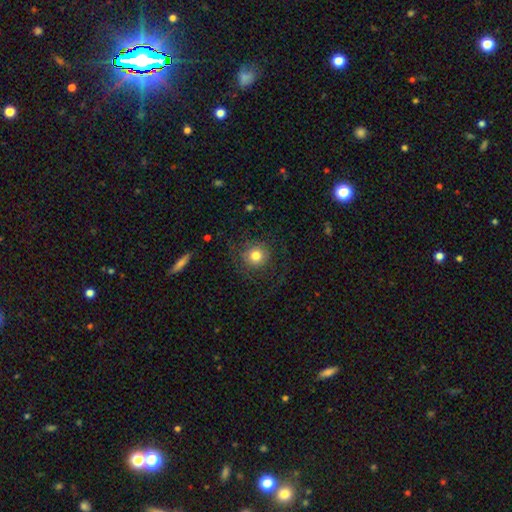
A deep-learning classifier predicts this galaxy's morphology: Smooth or featured: smooth — 75% (featured or disk — 15%)
How rounded: round — 93% (in between — 6%)
Merging: none — 77% (minor disturbance — 12%)